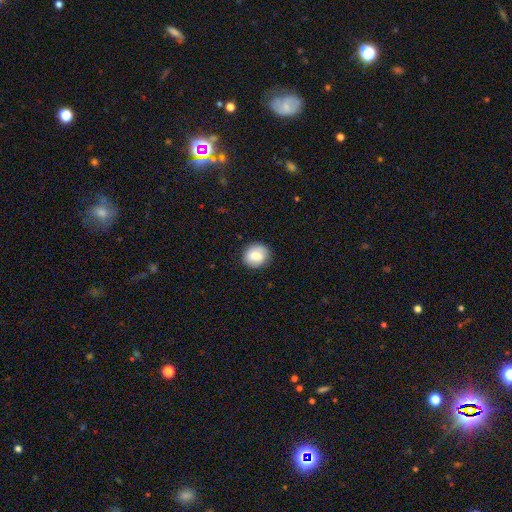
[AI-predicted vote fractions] smooth 78%, featured or disk 14%, star or artifact 8%. Down the decision tree: how rounded — round (80%); merging — none (86%).